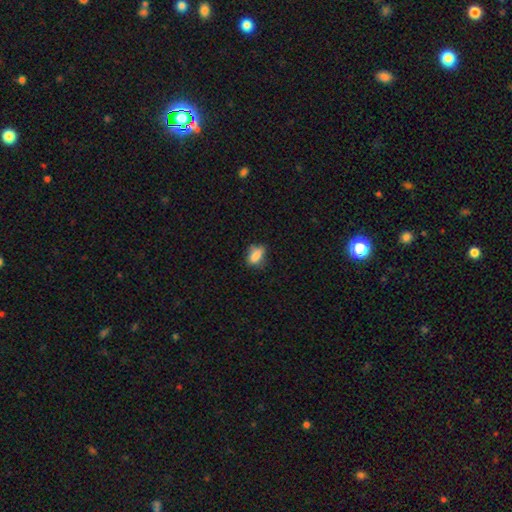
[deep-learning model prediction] A smooth galaxy with no disk features (81%) that is in between round and cigar-shaped (82%).

Vote fractions:
- Smooth or featured? smooth: 81% / featured or disk: 9% / star or artifact: 9%
- How rounded? in between: 82% / round: 10% / cigar-shaped: 7%
- Merging? none: 57% / minor disturbance: 31% / major disturbance: 9% / merger: 3%